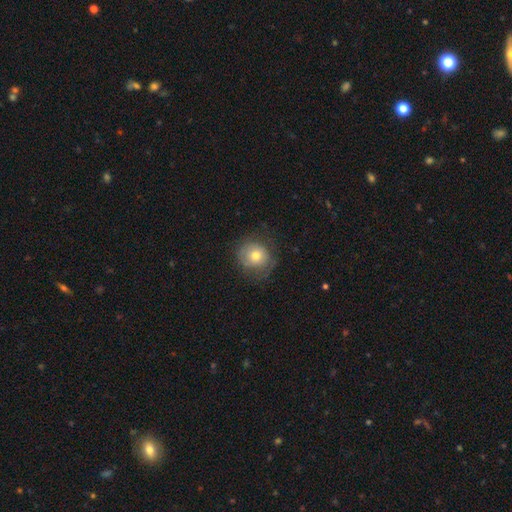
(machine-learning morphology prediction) Smooth or featured? smooth (66%)
How rounded? round (84%)
Merging? none (67%)